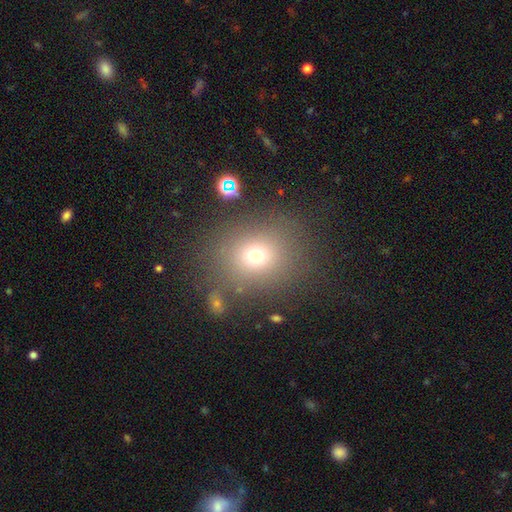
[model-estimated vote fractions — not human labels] Morphology: type=smooth (69%); roundness=round (71%); merging=none (77%).